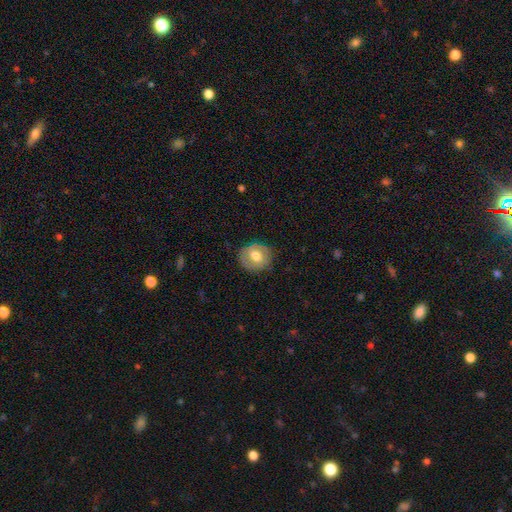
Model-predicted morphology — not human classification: Smooth or featured: smooth — 63% (featured or disk — 30%)
How rounded: round — 77% (in between — 22%)
Merging: none — 82% (minor disturbance — 13%)